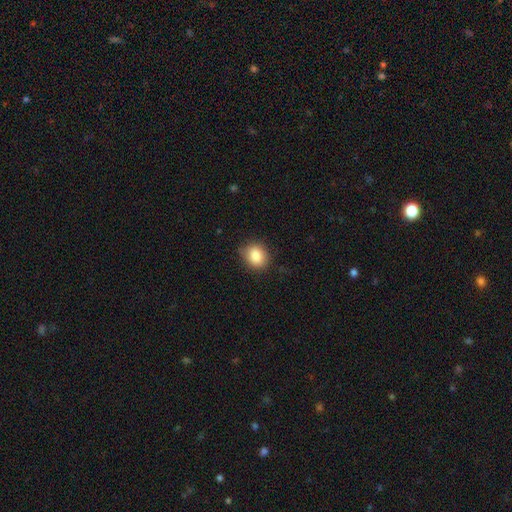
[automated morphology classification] type=smooth (86%); roundness=round (63%); merging=none (80%).